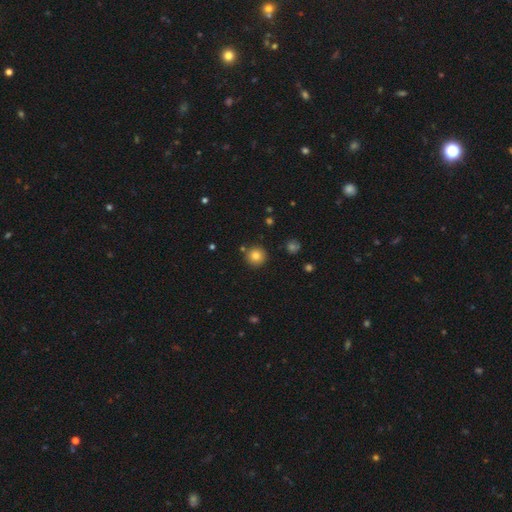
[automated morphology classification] A smooth galaxy with no disk features (81%) that is round (95%).

Vote fractions:
- Smooth or featured? smooth: 81% / star or artifact: 12% / featured or disk: 8%
- How rounded? round: 95% / in between: 4% / cigar-shaped: 1%
- Merging? none: 87% / minor disturbance: 6% / merger: 4% / major disturbance: 2%